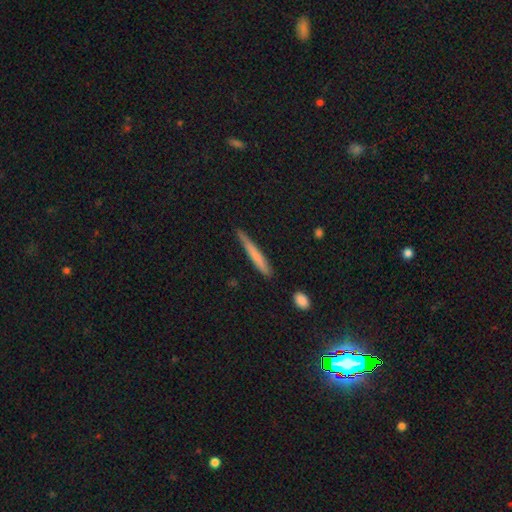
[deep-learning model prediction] Smooth or featured? Predicted: smooth (p=0.67). How rounded? Predicted: cigar-shaped (p=0.96). Merging? Predicted: none (p=0.79).